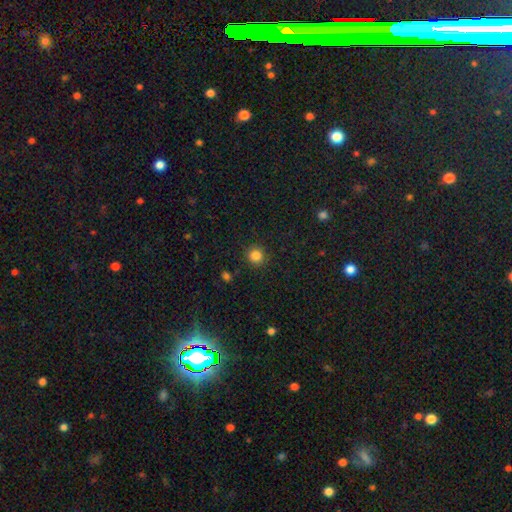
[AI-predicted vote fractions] Smooth or featured? Predicted: smooth (p=0.84). How rounded? Predicted: round (p=0.93). Merging? Predicted: none (p=0.90).